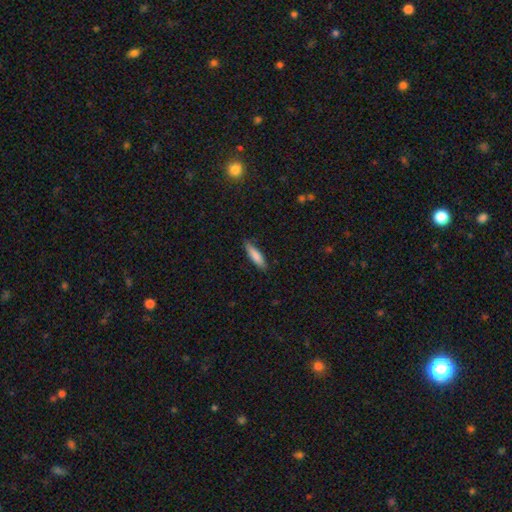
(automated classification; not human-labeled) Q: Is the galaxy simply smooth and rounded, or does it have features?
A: smooth — 84%.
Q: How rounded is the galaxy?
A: cigar-shaped — 69%.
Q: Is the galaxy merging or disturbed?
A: none — 84%.